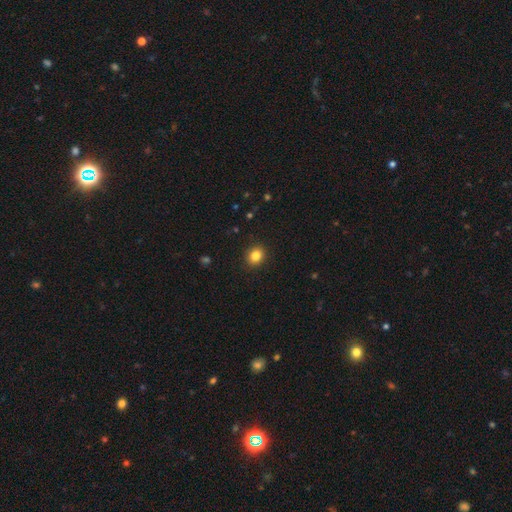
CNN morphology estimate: smooth_or_featured: smooth (p=0.84) [alt: star or artifact p=0.11]
how_rounded: round (p=0.68) [alt: in between p=0.31]
merging: none (p=0.91) [alt: minor disturbance p=0.06]